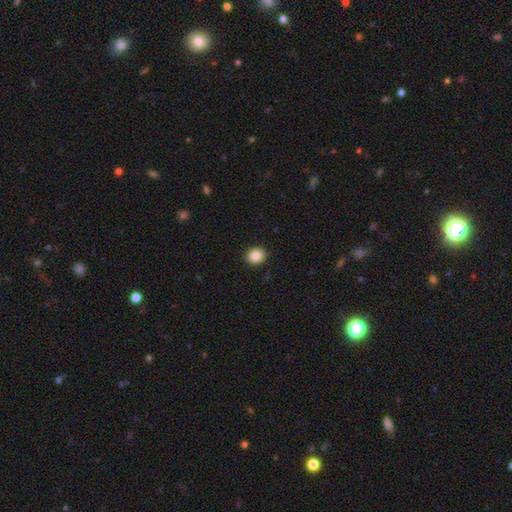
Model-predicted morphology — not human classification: Smooth or featured? Predicted: smooth (p=0.85). How rounded? Predicted: round (p=0.65). Merging? Predicted: none (p=0.91).